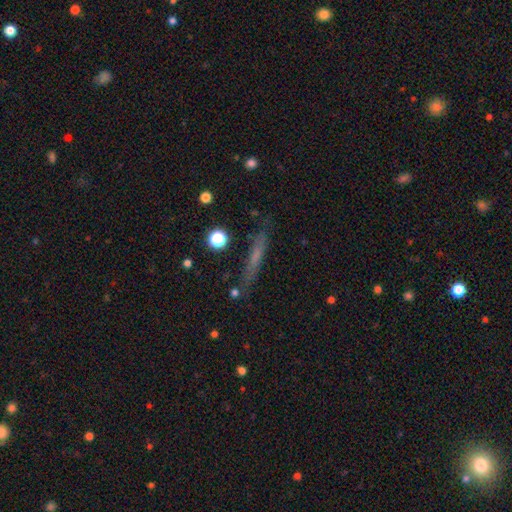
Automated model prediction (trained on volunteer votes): Smooth or featured? smooth (47%)
Merging? none (82%)